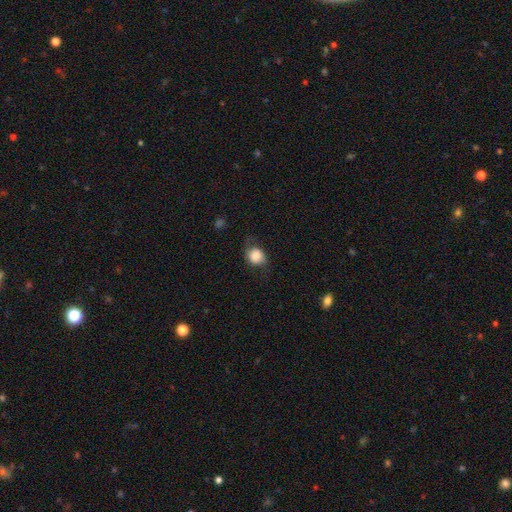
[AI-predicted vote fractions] Smooth or featured? smooth (78%)
How rounded? round (60%)
Merging? none (62%)